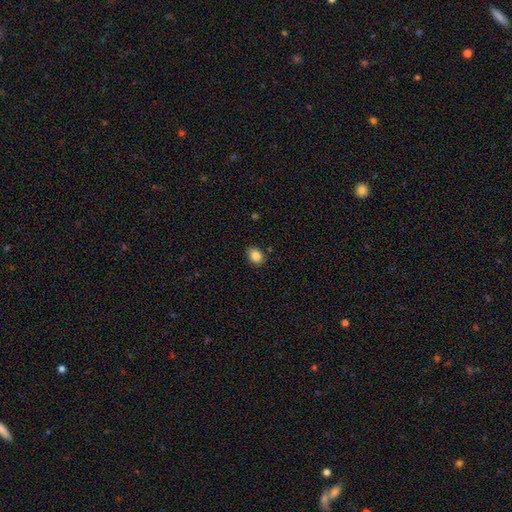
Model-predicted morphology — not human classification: type=smooth (86%); roundness=in between (62%); merging=none (84%).